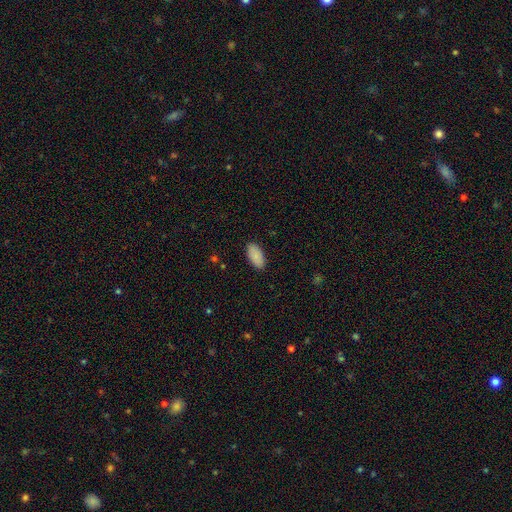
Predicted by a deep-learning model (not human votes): Q: Smooth or featured?
A: smooth (89%); runner-up: star or artifact (6%)
Q: How rounded?
A: in between (93%); runner-up: cigar-shaped (5%)
Q: Merging?
A: none (89%); runner-up: minor disturbance (9%)